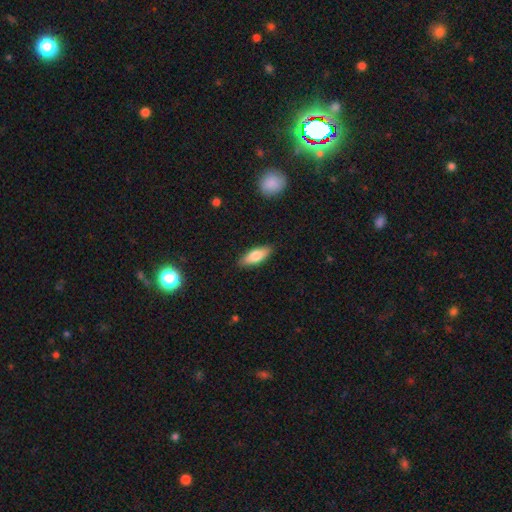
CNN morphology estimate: Smooth or featured: smooth — 74% (featured or disk — 20%)
How rounded: in between — 66% (cigar-shaped — 31%)
Merging: none — 87% (minor disturbance — 9%)